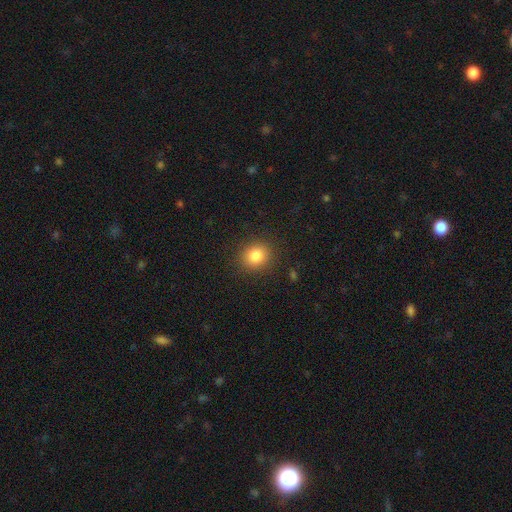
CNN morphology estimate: This appears to be a smooth galaxy with no disk features (84%) that is round (77%). Merging: none (89%).